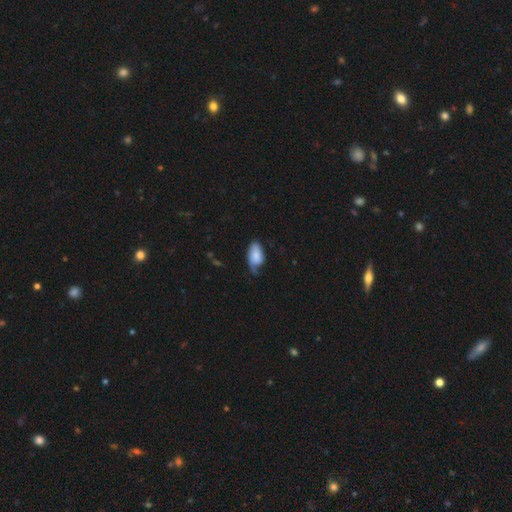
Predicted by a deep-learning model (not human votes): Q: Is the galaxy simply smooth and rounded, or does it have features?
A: smooth — 78%.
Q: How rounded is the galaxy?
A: in between — 94%.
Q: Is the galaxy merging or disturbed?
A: minor disturbance — 42%.